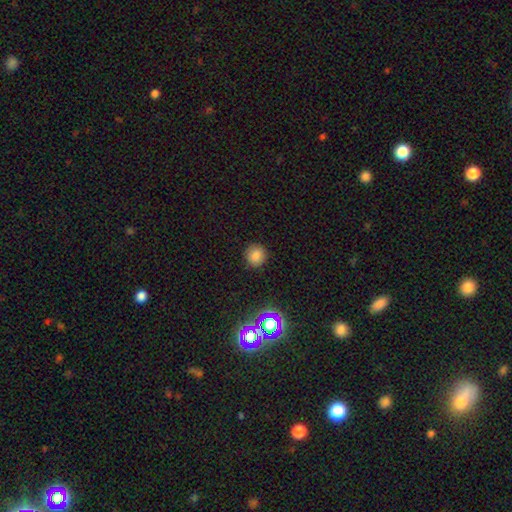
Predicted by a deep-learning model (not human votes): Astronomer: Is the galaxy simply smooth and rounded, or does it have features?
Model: smooth — 80%.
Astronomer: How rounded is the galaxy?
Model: round — 90%.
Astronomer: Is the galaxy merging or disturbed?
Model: none — 89%.